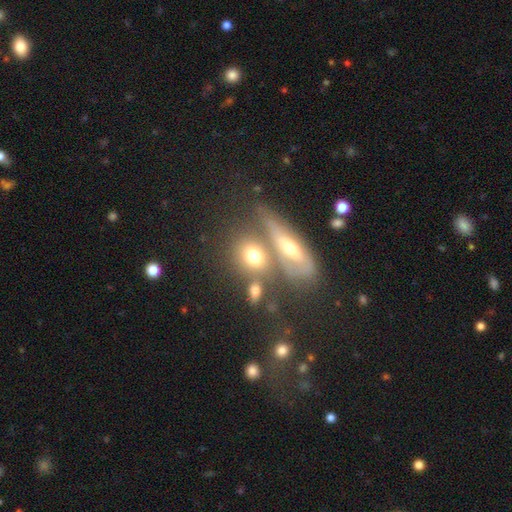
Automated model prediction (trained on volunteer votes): Smooth or featured? featured or disk (52%)
Edge-on disk? yes (63%)
Merging? merger (41%)